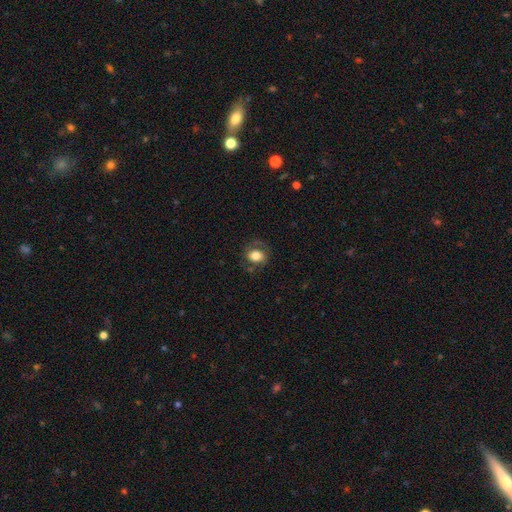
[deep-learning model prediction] Morphology: type=smooth (66%); roundness=round (57%); merging=none (68%).